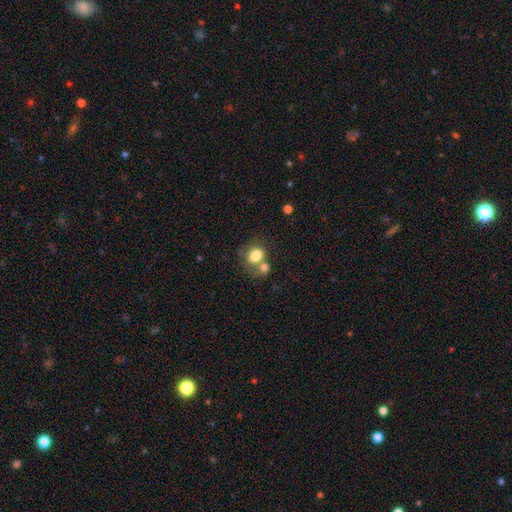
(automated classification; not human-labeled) A smooth galaxy with no disk features (78%) that is in between round and cigar-shaped (50%). Merging: none (41%, tied with merger).